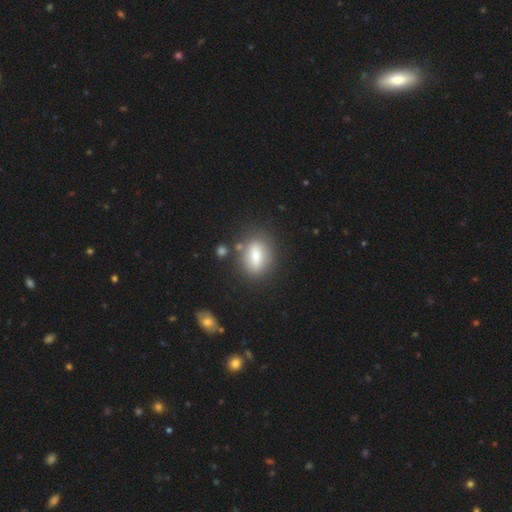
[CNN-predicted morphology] smooth_or_featured: smooth (p=0.68) [alt: featured or disk p=0.23]
how_rounded: in between (p=0.69) [alt: round p=0.26]
merging: none (p=0.79) [alt: minor disturbance p=0.12]